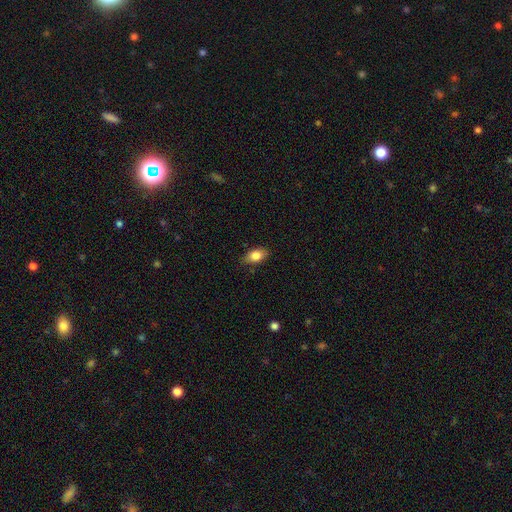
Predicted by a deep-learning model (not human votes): Smooth or featured? smooth (81%)
How rounded? in between (86%)
Merging? none (81%)